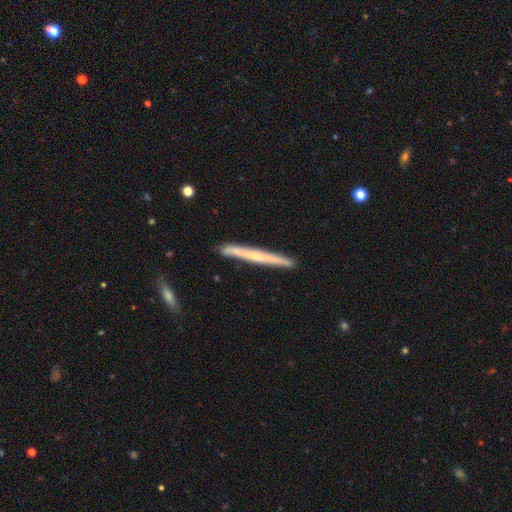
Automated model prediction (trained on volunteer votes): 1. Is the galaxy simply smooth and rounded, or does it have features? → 61% featured or disk, 33% smooth, 6% star or artifact.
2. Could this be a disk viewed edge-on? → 96% yes, 4% no.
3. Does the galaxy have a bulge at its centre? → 54% rounded, 42% none, 4% boxy.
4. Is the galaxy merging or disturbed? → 90% none, 7% minor disturbance, 1% merger, 1% major disturbance.